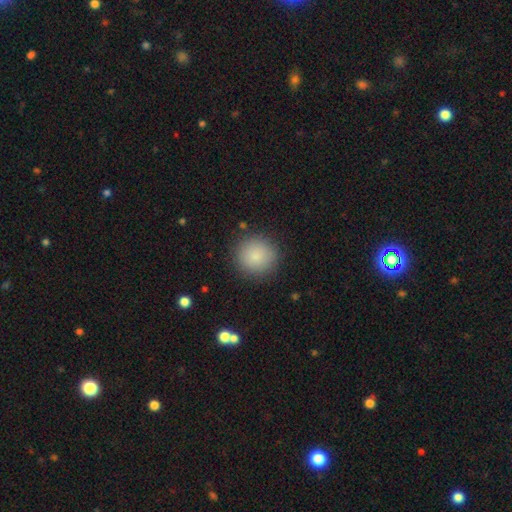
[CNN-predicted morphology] smooth_or_featured: smooth (p=0.87) [alt: star or artifact p=0.08]
how_rounded: round (p=0.94) [alt: in between p=0.05]
merging: none (p=0.89) [alt: minor disturbance p=0.07]